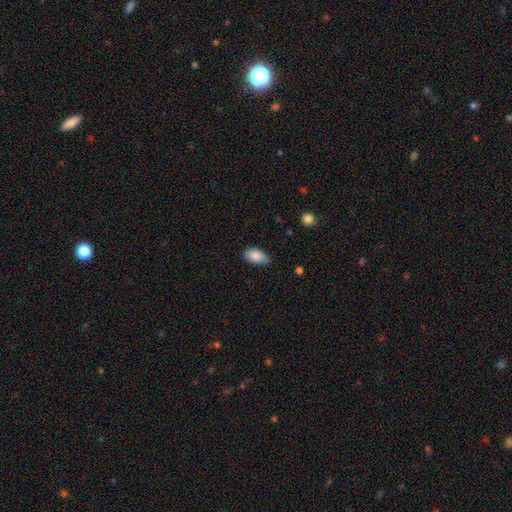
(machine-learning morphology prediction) A smooth galaxy with no disk features (87%) that is in between round and cigar-shaped (93%).

Vote fractions:
- Smooth or featured? smooth: 87% / star or artifact: 7% / featured or disk: 6%
- How rounded? in between: 93% / round: 5% / cigar-shaped: 2%
- Merging? none: 76% / minor disturbance: 20% / major disturbance: 3% / merger: 1%